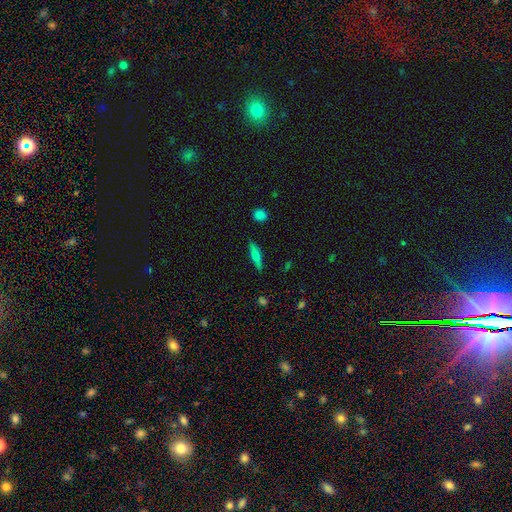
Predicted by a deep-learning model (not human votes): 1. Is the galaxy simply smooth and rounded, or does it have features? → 48% smooth, 44% featured or disk, 8% star or artifact.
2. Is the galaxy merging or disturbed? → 87% none, 10% minor disturbance, 2% major disturbance, 2% merger.